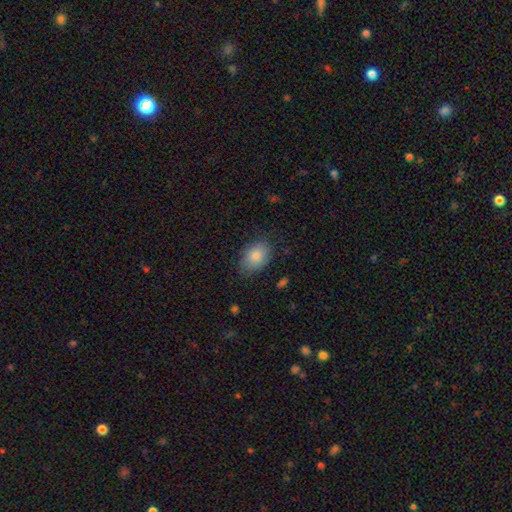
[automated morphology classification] Overall: smooth (83%). How rounded: in between (81%). Merging: none (79%).